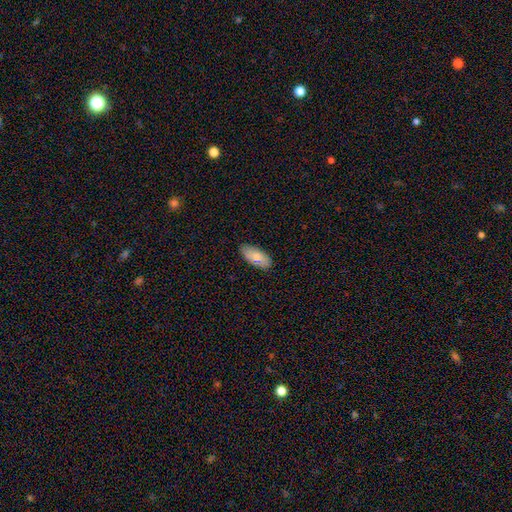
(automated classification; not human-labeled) A smooth galaxy with no disk features (82%) that is in between round and cigar-shaped (89%). Merging: none (83%).